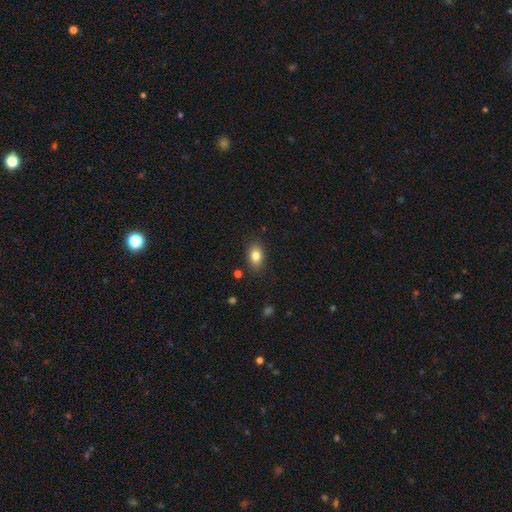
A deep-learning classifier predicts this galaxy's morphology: smooth_or_featured: smooth (p=0.82) [alt: star or artifact p=0.09]
how_rounded: in between (p=0.82) [alt: round p=0.16]
merging: none (p=0.86) [alt: minor disturbance p=0.10]